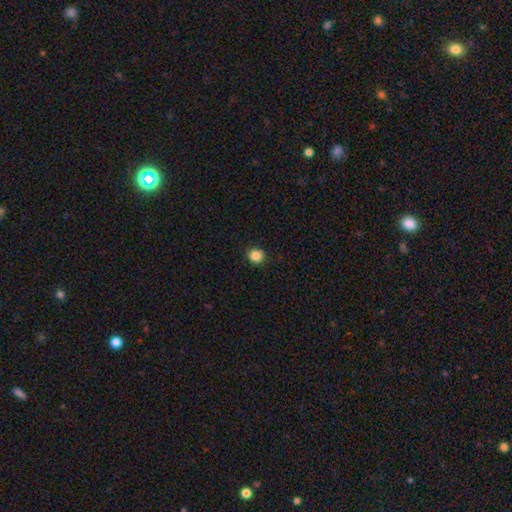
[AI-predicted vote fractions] smooth 85%, star or artifact 11%, featured or disk 4%. Down the decision tree: how rounded — round (91%); merging — none (90%).